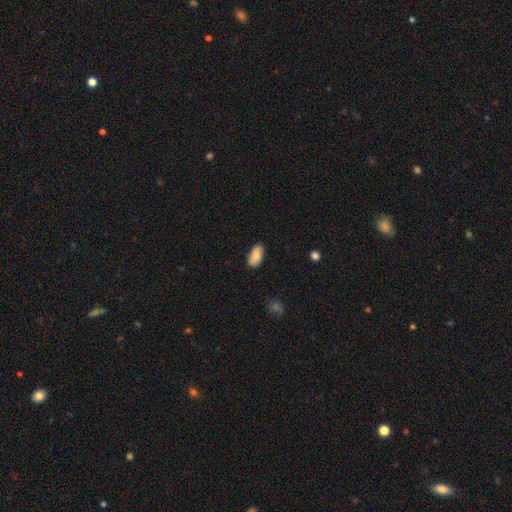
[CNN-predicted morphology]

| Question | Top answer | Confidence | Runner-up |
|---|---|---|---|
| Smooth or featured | smooth | 87% | star or artifact (7%) |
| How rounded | in between | 94% | cigar-shaped (4%) |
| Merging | none | 85% | minor disturbance (12%) |